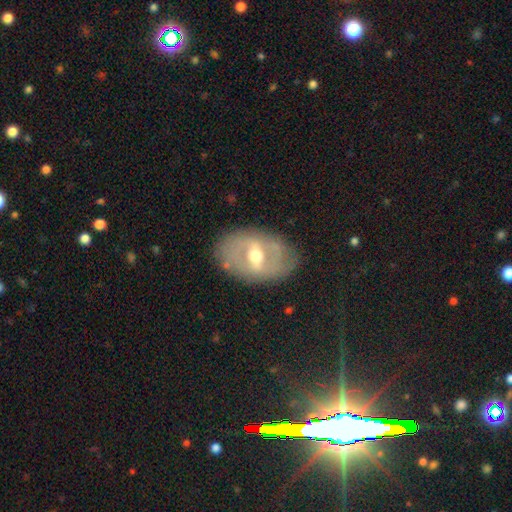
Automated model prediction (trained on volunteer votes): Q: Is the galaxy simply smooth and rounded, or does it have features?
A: featured or disk — 72%.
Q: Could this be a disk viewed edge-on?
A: no — 91%.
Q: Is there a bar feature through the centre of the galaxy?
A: strong — 52%.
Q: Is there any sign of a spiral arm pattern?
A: no — 59%.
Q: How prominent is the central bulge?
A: moderate — 72%.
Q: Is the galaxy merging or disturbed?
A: none — 77%.